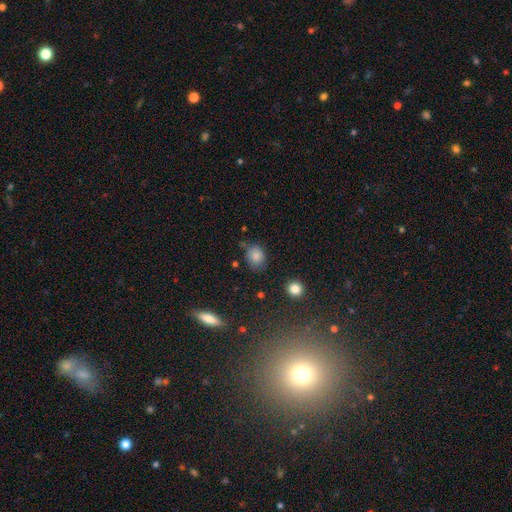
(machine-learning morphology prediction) The model was most divided on "how rounded": round: 55%, in between: 44%, cigar-shaped: 1%. More confident: smooth or featured — smooth (83%); merging — none (69%).